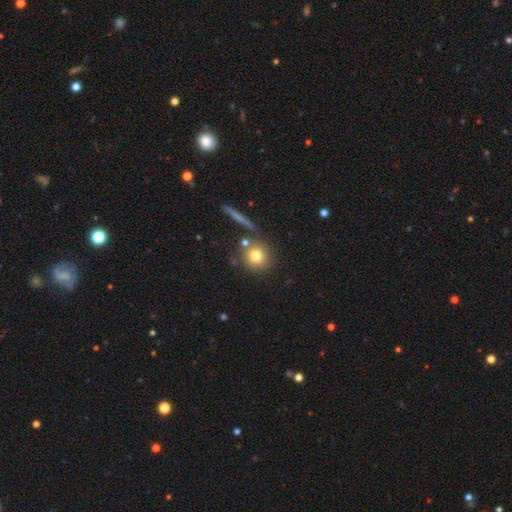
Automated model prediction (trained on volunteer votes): Smooth or featured?
  - smooth: 77% *
  - featured or disk: 12%
  - star or artifact: 11%
How rounded?
  - round: 90% *
  - in between: 8%
  - cigar-shaped: 2%
Merging?
  - none: 76% *
  - merger: 12%
  - minor disturbance: 9%
  - major disturbance: 3%